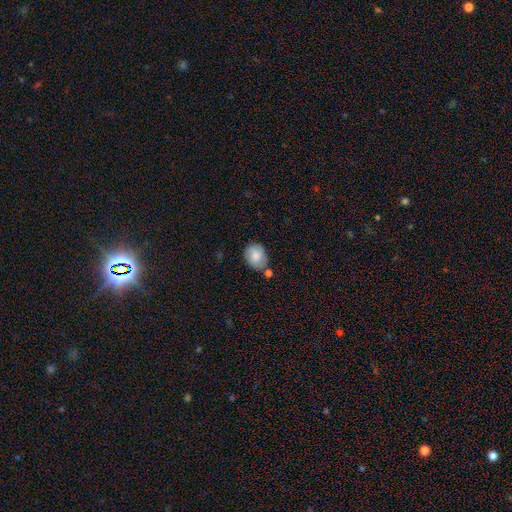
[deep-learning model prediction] Smooth or featured? smooth (77%)
How rounded? in between (53%)
Merging? none (64%)